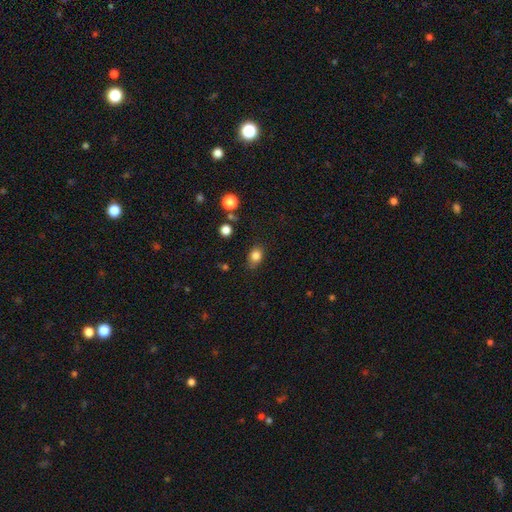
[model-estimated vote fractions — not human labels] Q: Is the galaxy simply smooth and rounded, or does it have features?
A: smooth — 83%.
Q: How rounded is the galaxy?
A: in between — 59%.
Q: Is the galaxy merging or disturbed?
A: none — 76%.